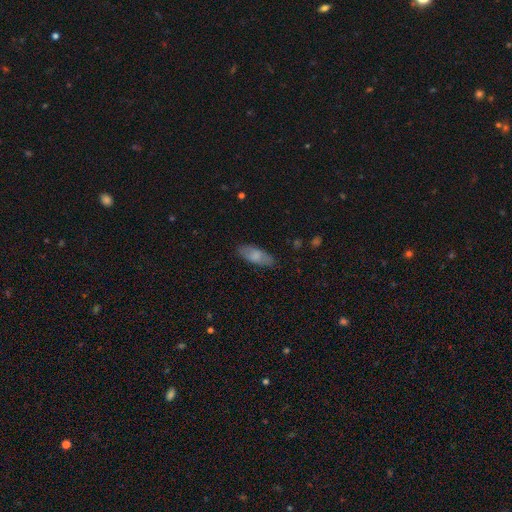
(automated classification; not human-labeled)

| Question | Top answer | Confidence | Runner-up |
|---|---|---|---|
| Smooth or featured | smooth | 77% | featured or disk (17%) |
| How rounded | in between | 77% | cigar-shaped (21%) |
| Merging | none | 79% | minor disturbance (16%) |